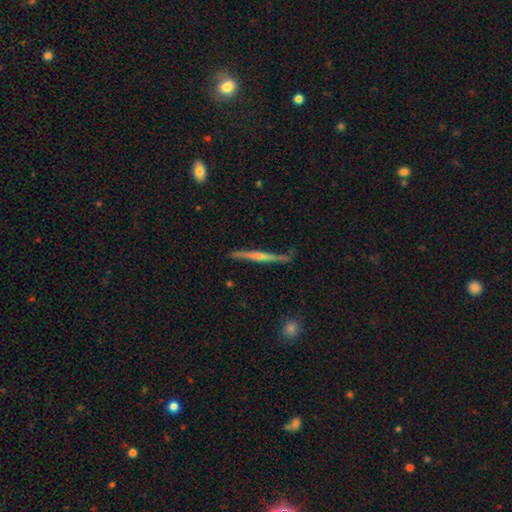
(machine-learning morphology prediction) A featured or disk galaxy (64%) viewed edge-on (94%) with a rounded central bulge (64%). Merging: none (84%).